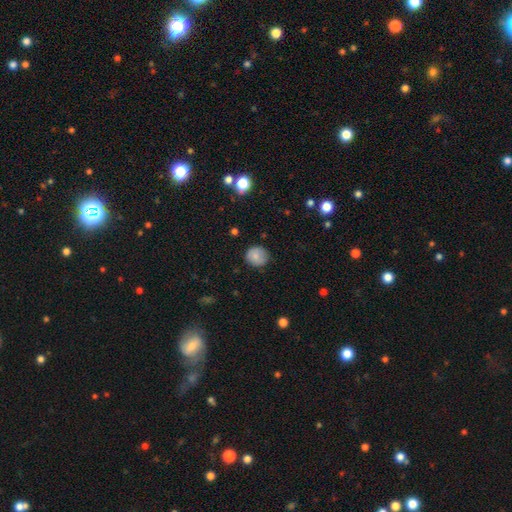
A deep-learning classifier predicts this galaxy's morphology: A smooth galaxy with no disk features (80%) that is round (87%). Merging: none (80%).